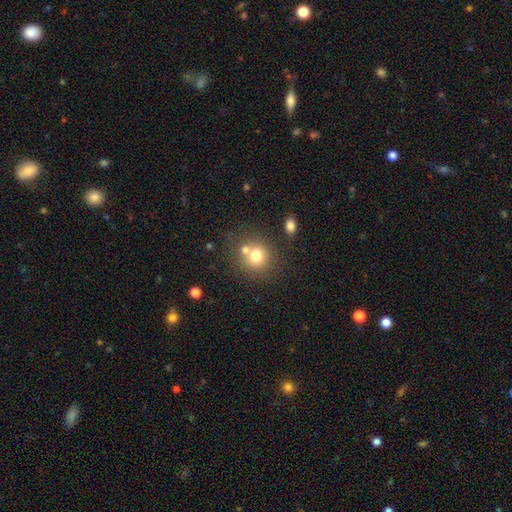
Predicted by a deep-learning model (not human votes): smooth-or-featured: smooth: 74% | featured or disk: 14% | star or artifact: 13%
  how-rounded: round: 87% | in between: 12% | cigar-shaped: 1%
  merging: none: 59% | merger: 28% | minor disturbance: 9% | major disturbance: 4%